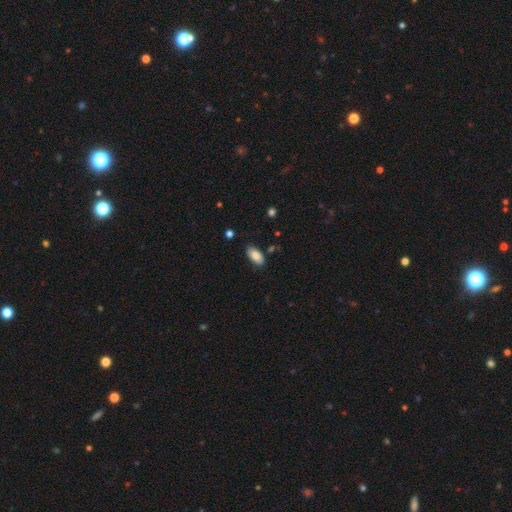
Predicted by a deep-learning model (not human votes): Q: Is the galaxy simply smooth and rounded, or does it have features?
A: smooth — 84%.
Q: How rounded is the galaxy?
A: in between — 94%.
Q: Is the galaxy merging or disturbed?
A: none — 83%.